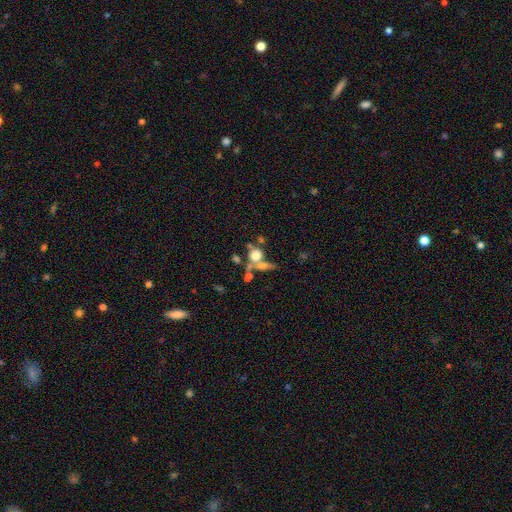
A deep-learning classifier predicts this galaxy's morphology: Q: Smooth or featured?
A: smooth (65%); runner-up: featured or disk (22%)
Q: How rounded?
A: round (69%); runner-up: in between (26%)
Q: Merging?
A: merger (42%); runner-up: none (38%)